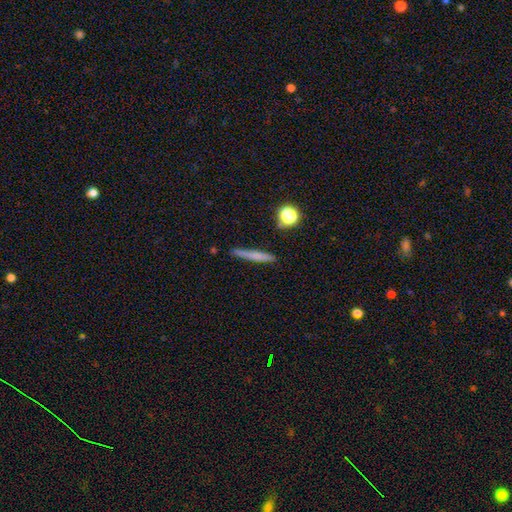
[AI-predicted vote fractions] Smooth or featured? Predicted: smooth (p=0.65). How rounded? Predicted: cigar-shaped (p=0.93). Merging? Predicted: none (p=0.84).